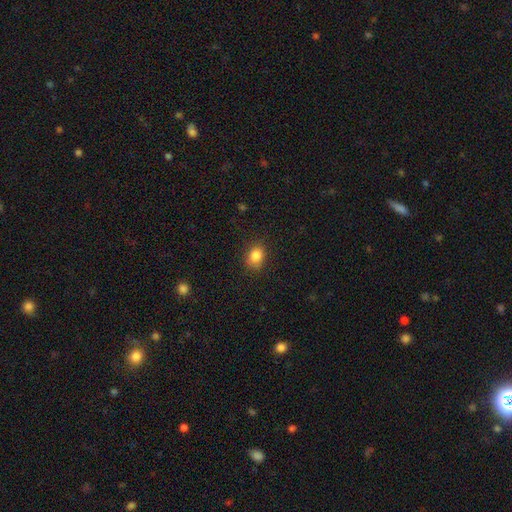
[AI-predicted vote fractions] smooth 85%, star or artifact 10%, featured or disk 5%. Down the decision tree: how rounded — in between (50%); merging — none (82%).